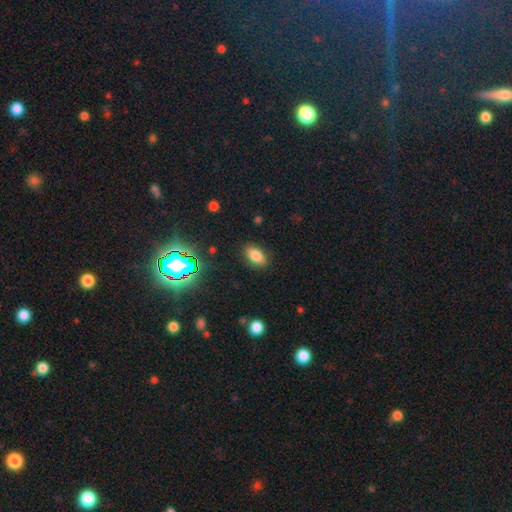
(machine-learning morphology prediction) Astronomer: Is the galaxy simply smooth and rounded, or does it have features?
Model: smooth — 79%.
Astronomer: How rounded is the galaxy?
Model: in between — 89%.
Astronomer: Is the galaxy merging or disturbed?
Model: none — 86%.